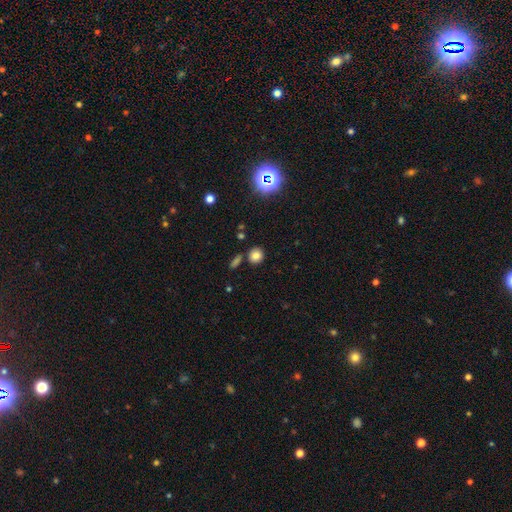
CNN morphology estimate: Overall: smooth (77%). How rounded: round (85%). Merging: none (81%).